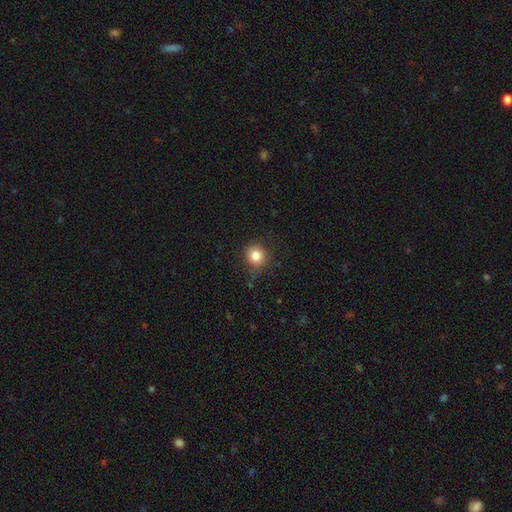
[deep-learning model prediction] Smooth or featured: smooth — 83% (star or artifact — 11%)
How rounded: round — 88% (in between — 11%)
Merging: none — 81% (minor disturbance — 14%)